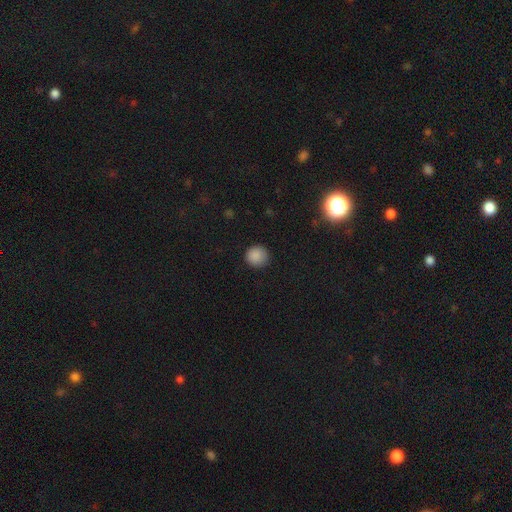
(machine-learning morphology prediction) Smooth or featured? smooth (87%)
How rounded? round (92%)
Merging? none (89%)